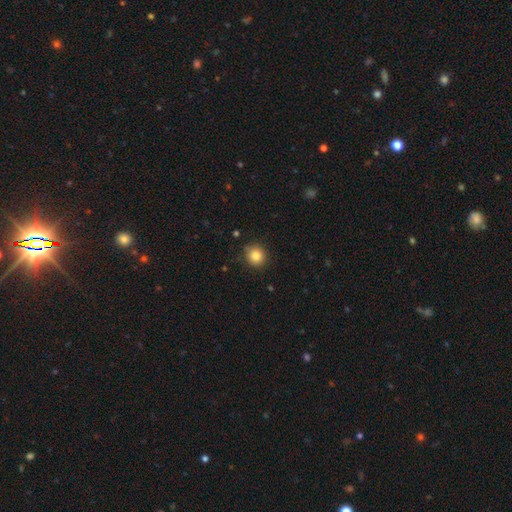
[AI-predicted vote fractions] A smooth galaxy with no disk features (84%) that is round (91%).

Vote fractions:
- Smooth or featured? smooth: 84% / star or artifact: 10% / featured or disk: 5%
- How rounded? round: 91% / in between: 8% / cigar-shaped: 1%
- Merging? none: 87% / minor disturbance: 9% / major disturbance: 2% / merger: 1%